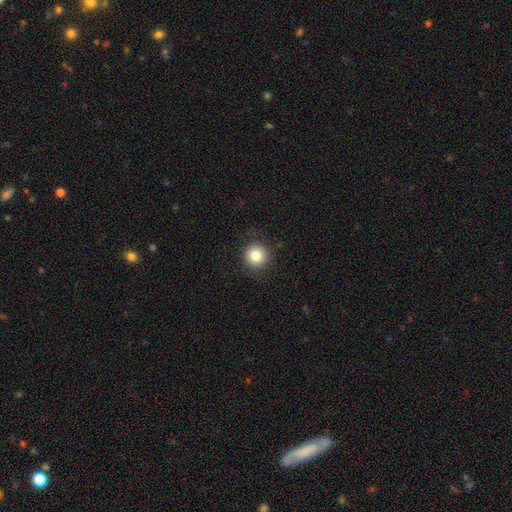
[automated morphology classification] Smooth or featured: smooth — 83% (star or artifact — 11%)
How rounded: round — 94% (in between — 5%)
Merging: none — 89% (minor disturbance — 7%)